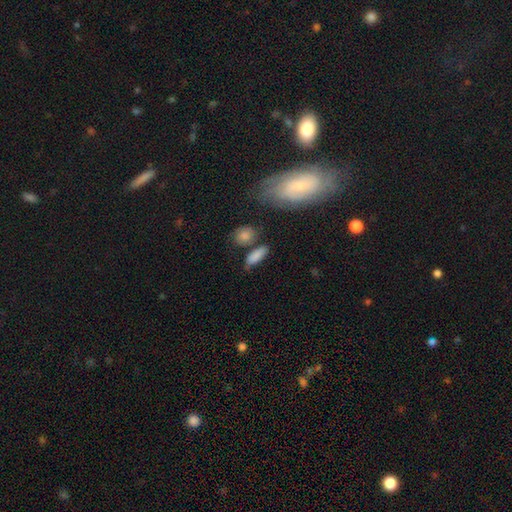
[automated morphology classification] type=smooth (82%); roundness=in between (61%); merging=none (66%).